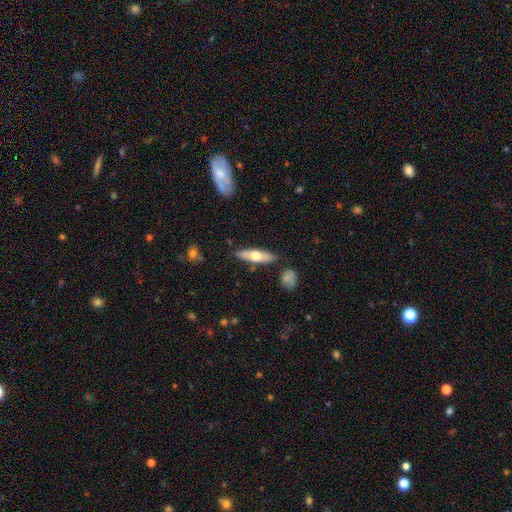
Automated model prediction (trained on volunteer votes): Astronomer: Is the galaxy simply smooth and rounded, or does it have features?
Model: smooth — 53% (runner-up: featured or disk, 42%).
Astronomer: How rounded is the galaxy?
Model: cigar-shaped — 58% (runner-up: in between, 40%).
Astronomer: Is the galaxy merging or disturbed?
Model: none — 82%.